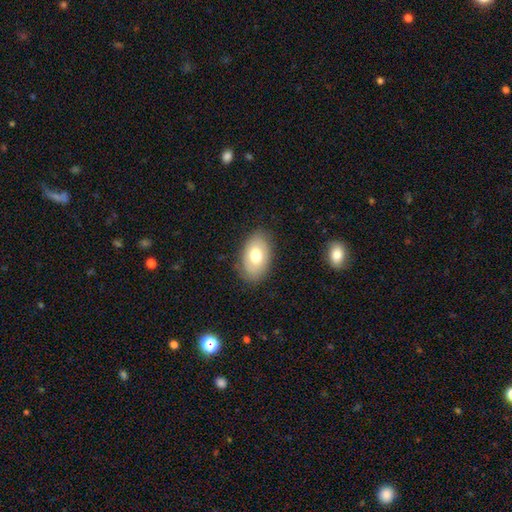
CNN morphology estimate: Smooth or featured? smooth (70%)
How rounded? in between (91%)
Merging? none (82%)